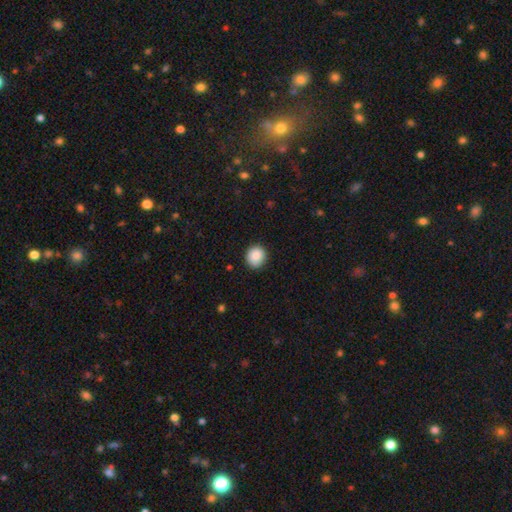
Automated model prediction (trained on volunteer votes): Smooth or featured: smooth — 88% (star or artifact — 8%)
How rounded: round — 86% (in between — 13%)
Merging: none — 88% (minor disturbance — 9%)